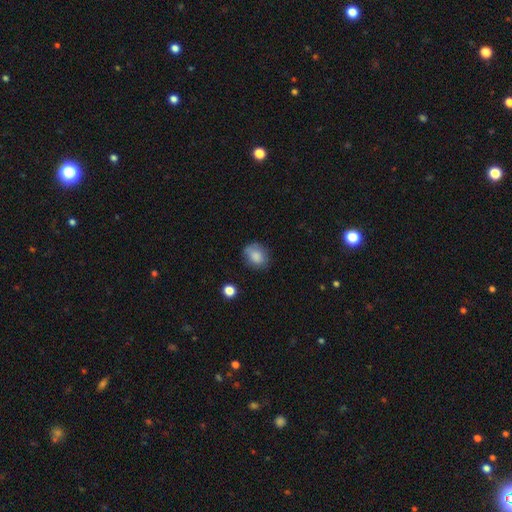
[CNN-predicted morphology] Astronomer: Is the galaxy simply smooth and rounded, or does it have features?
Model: smooth — 82%.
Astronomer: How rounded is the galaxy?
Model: in between — 50% (runner-up: round, 49%).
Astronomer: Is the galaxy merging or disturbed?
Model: none — 68%.